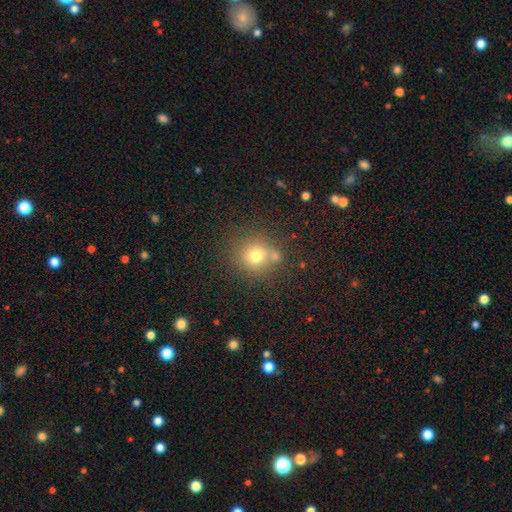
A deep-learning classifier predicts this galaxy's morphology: Q: Smooth or featured?
A: smooth (73%); runner-up: star or artifact (15%)
Q: How rounded?
A: round (85%); runner-up: in between (14%)
Q: Merging?
A: none (66%); runner-up: merger (19%)